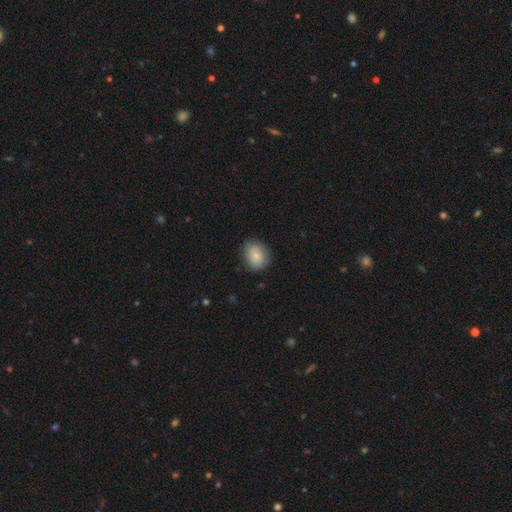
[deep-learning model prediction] Smooth or featured: smooth — 81% (featured or disk — 11%)
How rounded: round — 53% (in between — 46%)
Merging: none — 80% (minor disturbance — 15%)